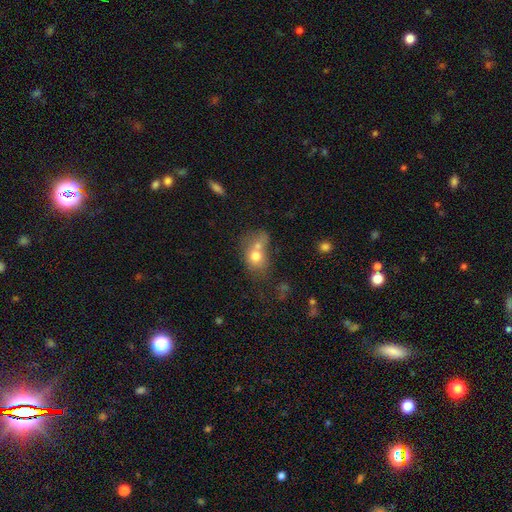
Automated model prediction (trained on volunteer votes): This appears to be a smooth galaxy with no disk features (70%) that is round (50%). Merging: merger (60%).